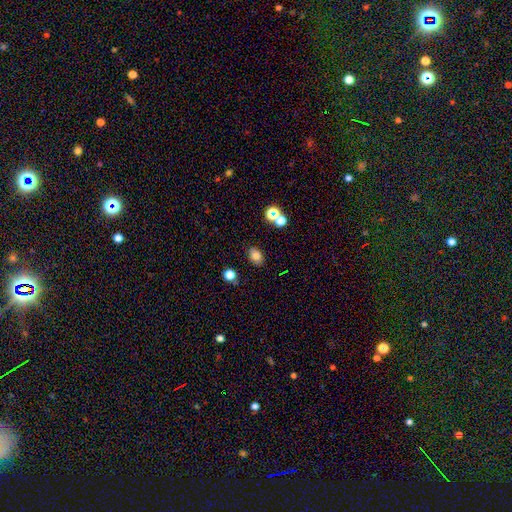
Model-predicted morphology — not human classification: This is likely a smooth galaxy (77%). How rounded: likely in between (75%). Merging: clearly none (83%).